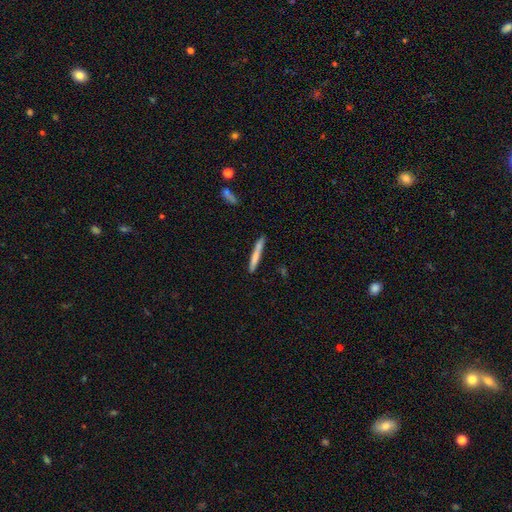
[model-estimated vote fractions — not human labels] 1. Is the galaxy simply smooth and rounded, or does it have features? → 70% smooth, 24% featured or disk, 6% star or artifact.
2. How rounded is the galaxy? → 96% cigar-shaped, 3% in between, 1% round.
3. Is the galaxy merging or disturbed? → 85% none, 11% minor disturbance, 2% merger, 2% major disturbance.